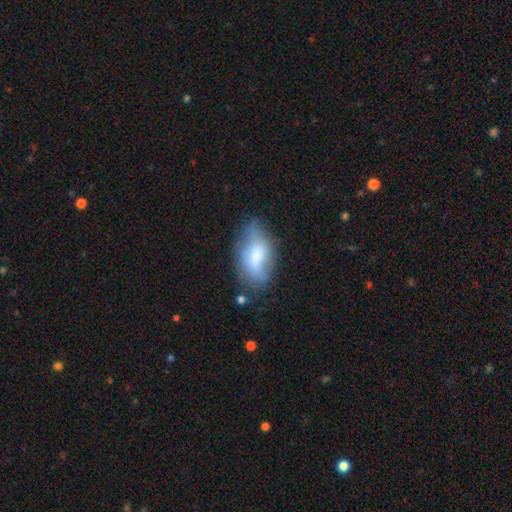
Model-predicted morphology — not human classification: smooth 67%, featured or disk 25%, star or artifact 8%. Down the decision tree: how rounded — in between (91%); merging — none (58%).